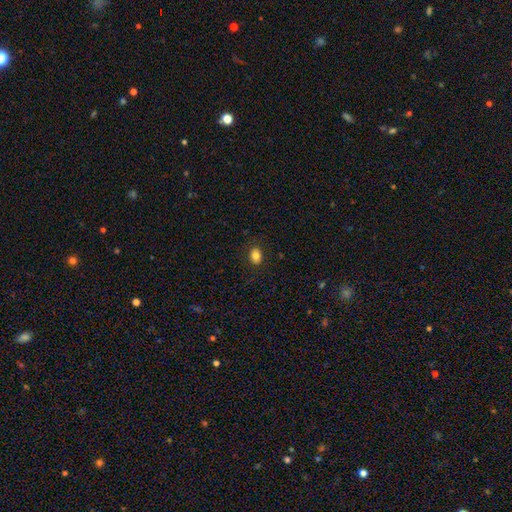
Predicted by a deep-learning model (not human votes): A smooth galaxy with no disk features (83%) that is in between round and cigar-shaped (69%).

Vote fractions:
- Smooth or featured? smooth: 83% / star or artifact: 10% / featured or disk: 7%
- How rounded? in between: 69% / round: 30% / cigar-shaped: 1%
- Merging? none: 88% / minor disturbance: 9% / major disturbance: 2% / merger: 1%